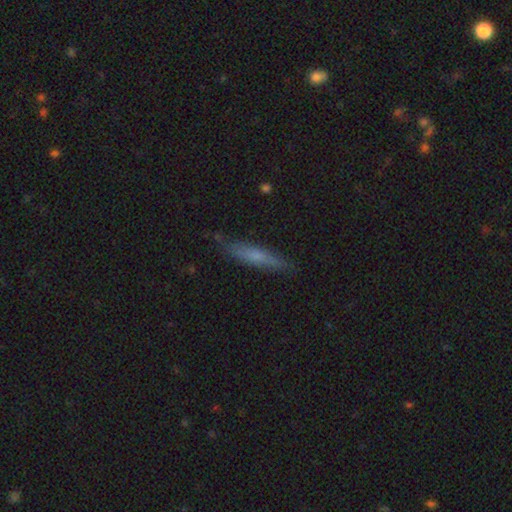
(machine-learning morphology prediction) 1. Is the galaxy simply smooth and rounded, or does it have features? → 58% smooth, 35% featured or disk, 7% star or artifact.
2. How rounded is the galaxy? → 88% cigar-shaped, 10% in between, 2% round.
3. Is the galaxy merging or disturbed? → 82% none, 14% minor disturbance, 3% major disturbance, 2% merger.